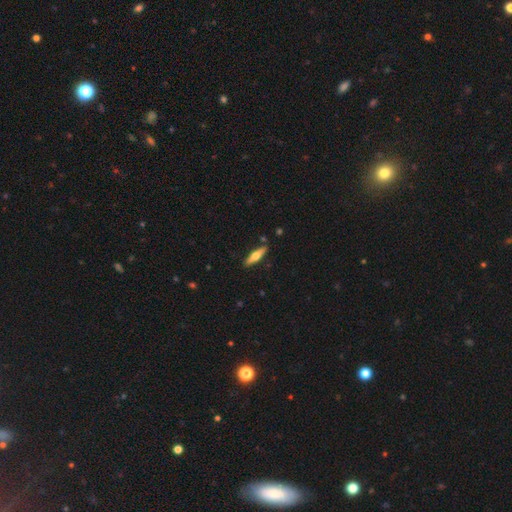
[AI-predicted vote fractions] This is possibly a smooth galaxy (50%). How rounded: likely cigar-shaped (71%). Merging: clearly none (87%).